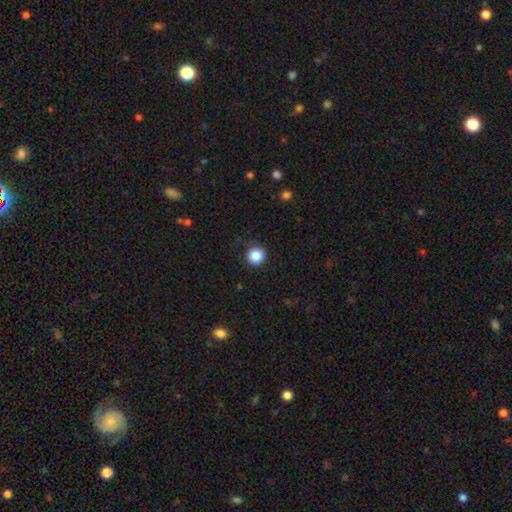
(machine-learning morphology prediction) Smooth or featured: smooth — 87% (star or artifact — 10%)
How rounded: round — 93% (in between — 6%)
Merging: none — 87% (minor disturbance — 9%)